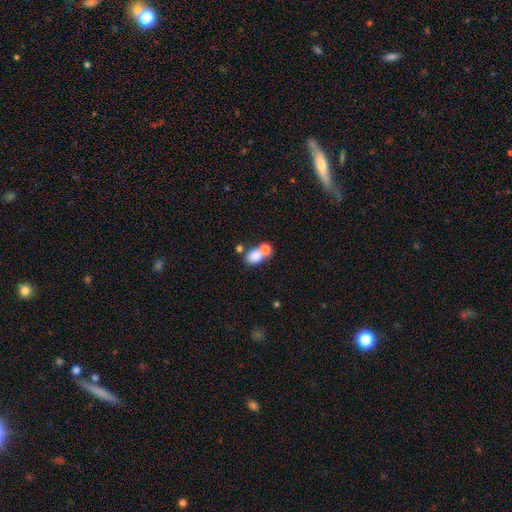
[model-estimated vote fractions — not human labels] Smooth or featured: smooth — 78% (featured or disk — 12%)
How rounded: in between — 55% (round — 44%)
Merging: merger — 59% (none — 30%)